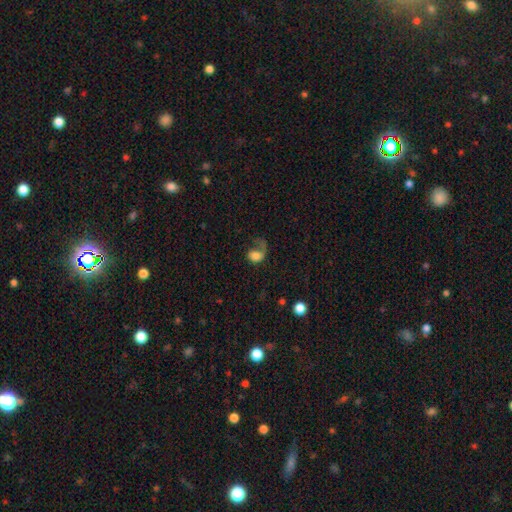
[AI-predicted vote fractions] A smooth galaxy with no disk features (55%) that is in between round and cigar-shaped (60%).

Vote fractions:
- Smooth or featured? smooth: 55% / featured or disk: 34% / star or artifact: 11%
- How rounded? in between: 60% / round: 39% / cigar-shaped: 2%
- Merging? major disturbance: 55% / none: 24% / minor disturbance: 15% / merger: 6%